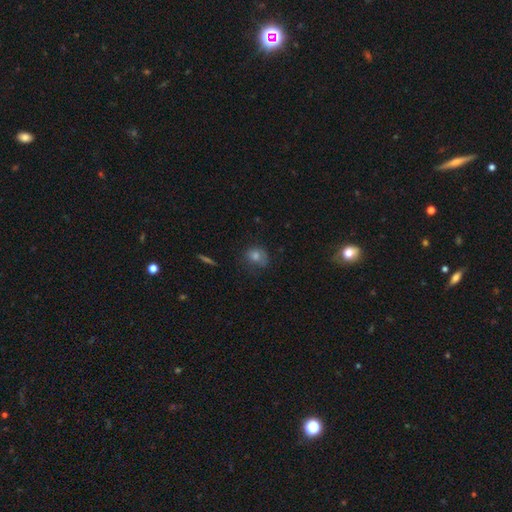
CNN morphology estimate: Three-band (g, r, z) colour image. It shows a smooth galaxy with no disk features (68%) that is round (67%). Merging: none (60%).